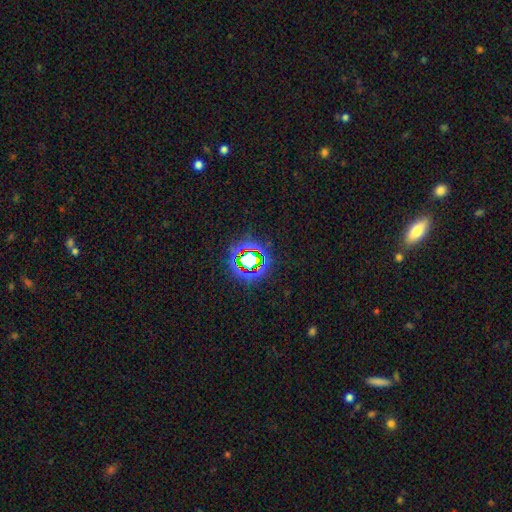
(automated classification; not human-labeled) Q: Smooth or featured?
A: star or artifact (77%); runner-up: smooth (14%)